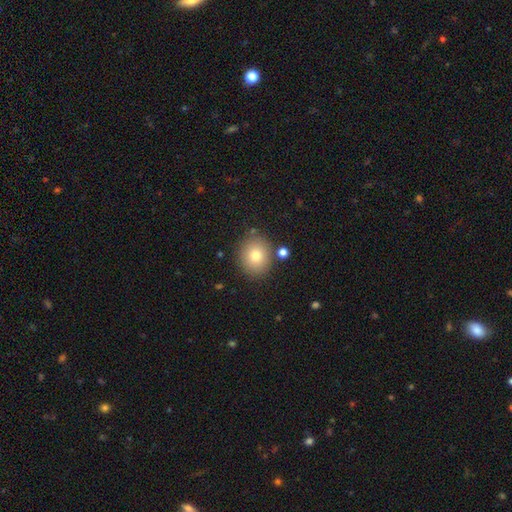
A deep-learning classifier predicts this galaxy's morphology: type=smooth (78%); roundness=round (71%); merging=none (83%).